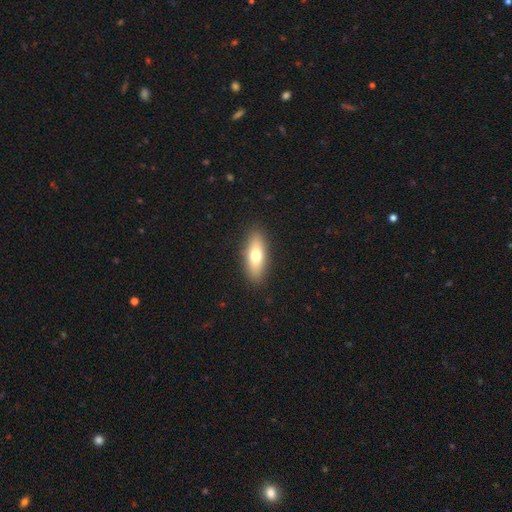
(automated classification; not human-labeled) This is likely a smooth galaxy (70%). How rounded: likely in between (65%). Merging: clearly none (89%).